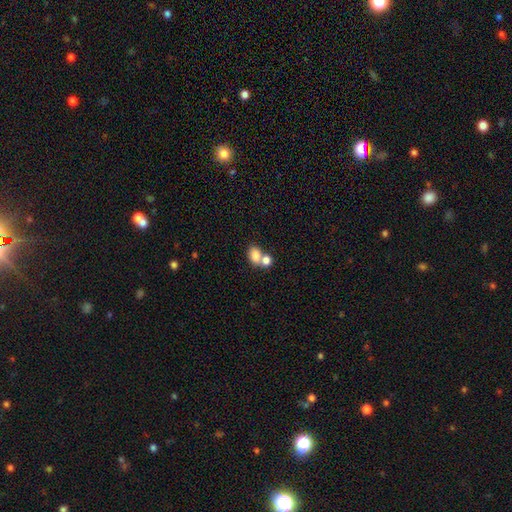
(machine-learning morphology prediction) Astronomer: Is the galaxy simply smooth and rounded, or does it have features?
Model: smooth — 80%.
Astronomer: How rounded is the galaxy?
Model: in between — 73%.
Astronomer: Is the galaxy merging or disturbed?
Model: merger — 53% (runner-up: none, 34%).